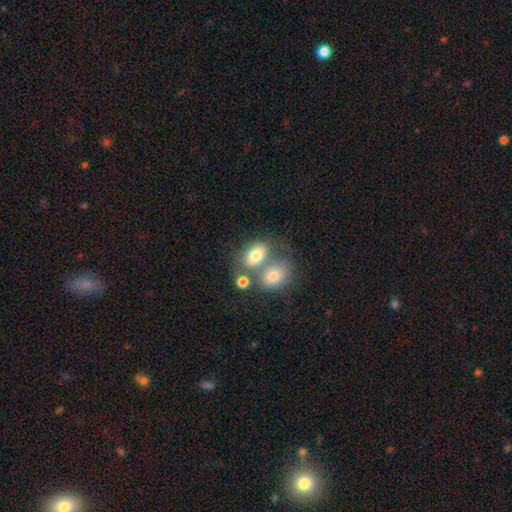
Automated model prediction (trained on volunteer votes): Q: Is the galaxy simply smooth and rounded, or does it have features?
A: smooth — 75%.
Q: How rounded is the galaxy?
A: in between — 79%.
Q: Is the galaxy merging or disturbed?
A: merger — 45%.